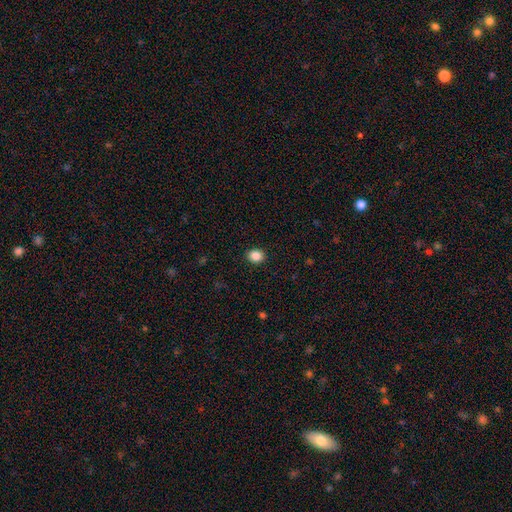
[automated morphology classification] A smooth galaxy with no disk features (87%) that is round (62%).

Vote fractions:
- Smooth or featured? smooth: 87% / star or artifact: 10% / featured or disk: 3%
- How rounded? round: 62% / in between: 38% / cigar-shaped: 1%
- Merging? none: 91% / minor disturbance: 6% / major disturbance: 2% / merger: 1%